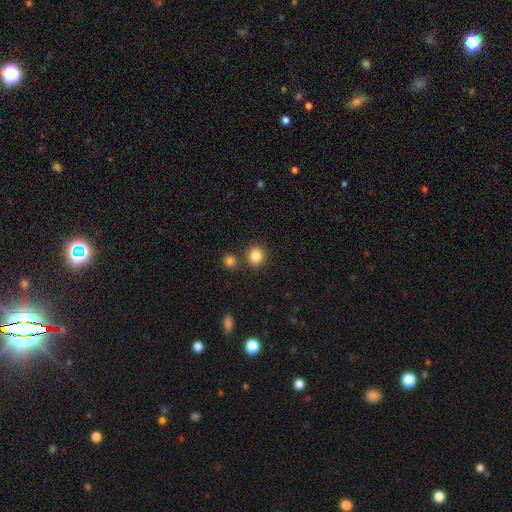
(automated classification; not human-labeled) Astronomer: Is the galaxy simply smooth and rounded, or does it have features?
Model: smooth — 85%.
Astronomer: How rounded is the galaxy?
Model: round — 88%.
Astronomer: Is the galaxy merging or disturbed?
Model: none — 82%.